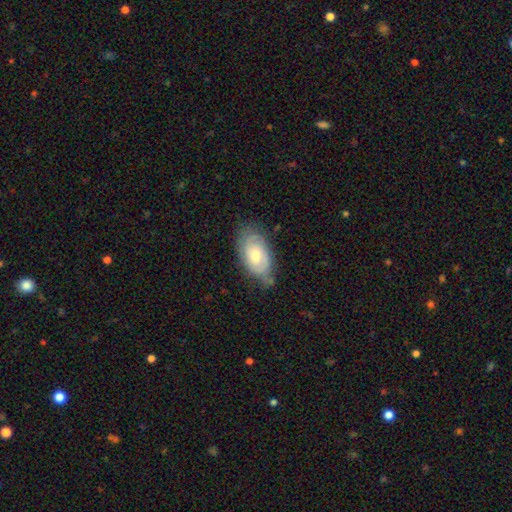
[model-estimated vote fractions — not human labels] This is possibly a featured or disk galaxy (49%). Merging: possibly none (59%).